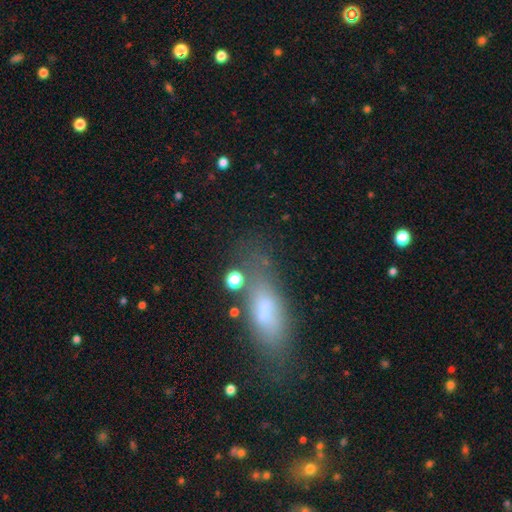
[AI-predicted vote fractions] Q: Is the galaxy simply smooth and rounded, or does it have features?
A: smooth — 63%.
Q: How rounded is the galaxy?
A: in between — 59%.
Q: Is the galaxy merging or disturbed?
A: none — 69%.